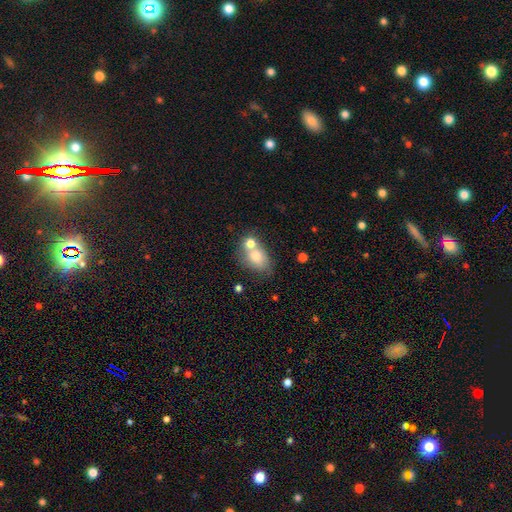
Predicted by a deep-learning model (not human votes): Smooth or featured?
  - smooth: 72% *
  - featured or disk: 18%
  - star or artifact: 9%
How rounded?
  - in between: 72% *
  - round: 26%
  - cigar-shaped: 2%
Merging?
  - merger: 42% *
  - none: 38%
  - minor disturbance: 14%
  - major disturbance: 6%